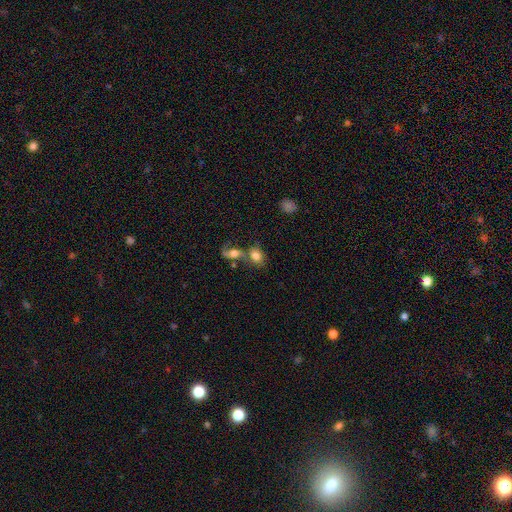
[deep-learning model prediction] Smooth or featured? smooth (75%)
How rounded? in between (62%)
Merging? merger (50%)